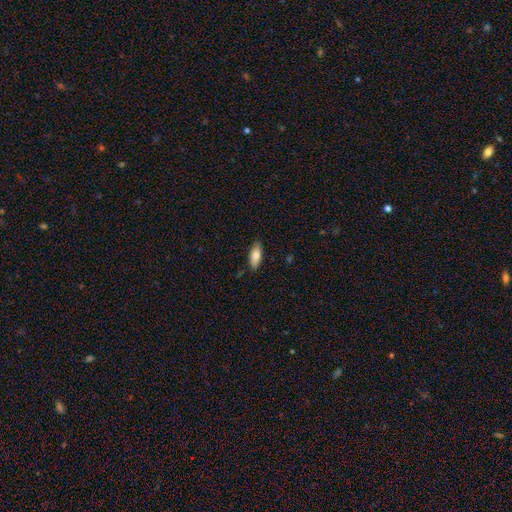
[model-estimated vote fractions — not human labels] Overall: smooth (80%). How rounded: in between (76%). Merging: none (84%).